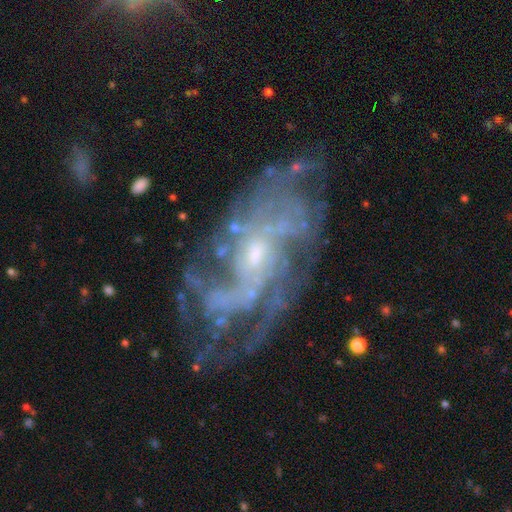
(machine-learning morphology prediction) This is clearly a featured or disk galaxy (87%). It is clearly not viewed edge-on (95%). Bar: likely no (62%). Spiral arm pattern: clearly yes (94%). Spiral arm count: marginally can't tell (35%). Spiral winding: possibly tight (48%). Central bulge: likely small (67%). Merging: likely none (67%).